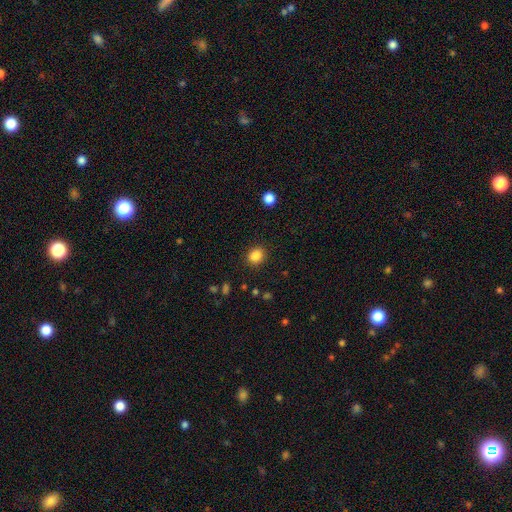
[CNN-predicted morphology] A smooth galaxy with no disk features (86%) that is round (67%).

Vote fractions:
- Smooth or featured? smooth: 86% / star or artifact: 11% / featured or disk: 4%
- How rounded? round: 67% / in between: 32% / cigar-shaped: 1%
- Merging? none: 88% / minor disturbance: 8% / major disturbance: 3% / merger: 1%